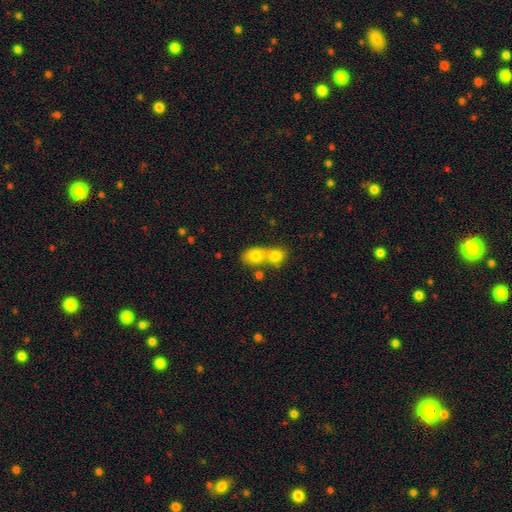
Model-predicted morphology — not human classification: Smooth or featured?
  - smooth: 75% *
  - featured or disk: 15%
  - star or artifact: 10%
How rounded?
  - in between: 61% *
  - round: 37%
  - cigar-shaped: 2%
Merging?
  - merger: 65% *
  - none: 25%
  - minor disturbance: 6%
  - major disturbance: 3%